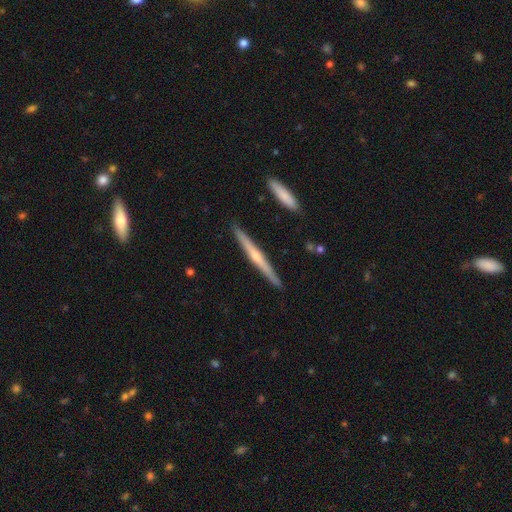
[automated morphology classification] Smooth or featured?
  - featured or disk: 67% *
  - smooth: 27%
  - star or artifact: 5%
Edge-on disk?
  - yes: 98% *
  - no: 2%
Edge-on bulge?
  - rounded: 72% *
  - none: 24%
  - boxy: 4%
Merging?
  - none: 90% *
  - minor disturbance: 7%
  - merger: 2%
  - major disturbance: 1%